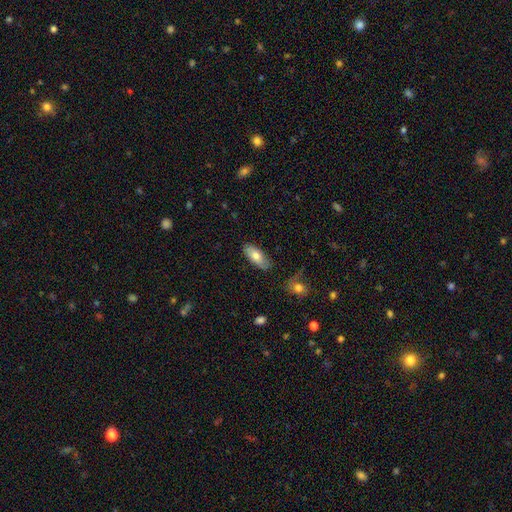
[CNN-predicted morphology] Smooth or featured: smooth — 75% (featured or disk — 19%)
How rounded: in between — 84% (cigar-shaped — 14%)
Merging: none — 81% (minor disturbance — 13%)